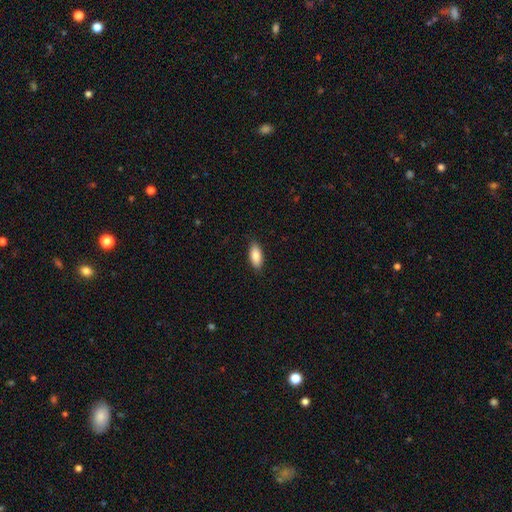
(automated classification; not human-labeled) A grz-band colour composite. It shows a smooth galaxy with no disk features (87%) that is in between round and cigar-shaped (85%). Merging: none (87%).